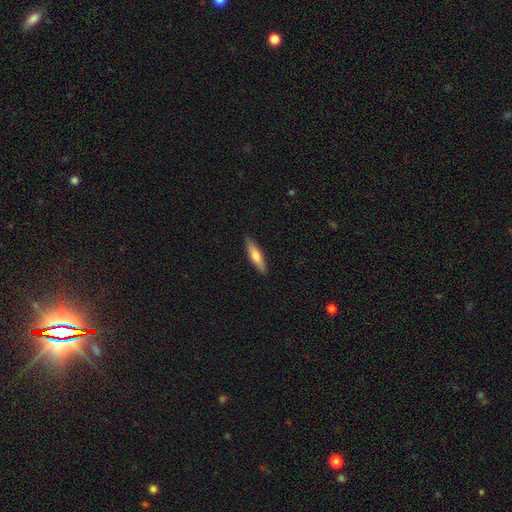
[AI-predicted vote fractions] The model was most divided on "smooth or featured": smooth: 66%, featured or disk: 29%, star or artifact: 5%. More confident: merging — none (89%); how rounded — cigar-shaped (74%).